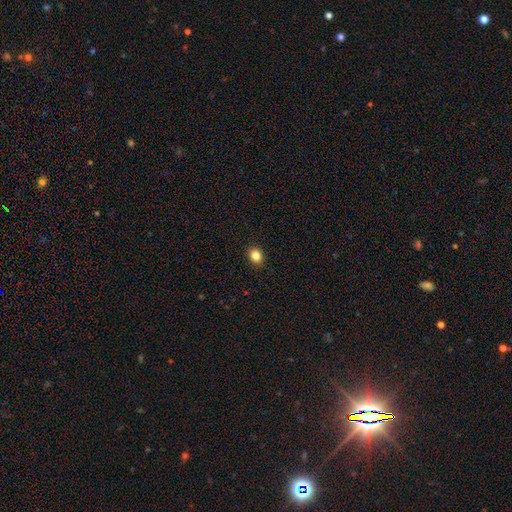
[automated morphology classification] Smooth or featured? Predicted: smooth (p=0.84). How rounded? Predicted: round (p=0.60). Merging? Predicted: none (p=0.90).